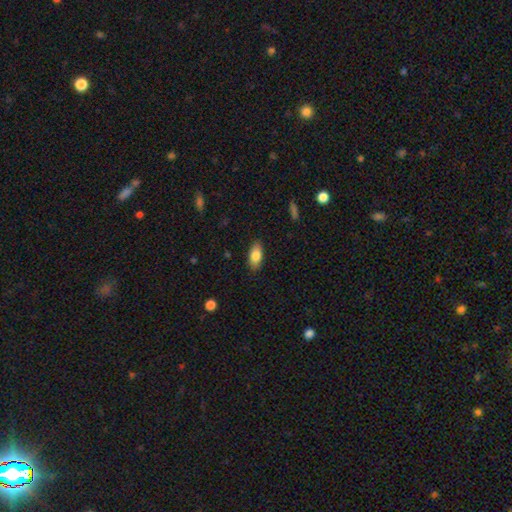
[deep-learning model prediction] smooth-or-featured: smooth: 83% | featured or disk: 11% | star or artifact: 7%
  how-rounded: in between: 88% | cigar-shaped: 9% | round: 3%
  merging: none: 87% | minor disturbance: 10% | major disturbance: 2% | merger: 1%